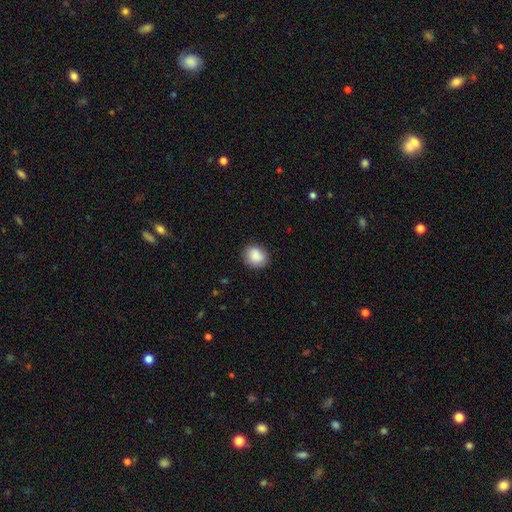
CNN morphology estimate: Q: Smooth or featured?
A: smooth (87%); runner-up: star or artifact (8%)
Q: How rounded?
A: round (68%); runner-up: in between (31%)
Q: Merging?
A: none (84%); runner-up: minor disturbance (12%)